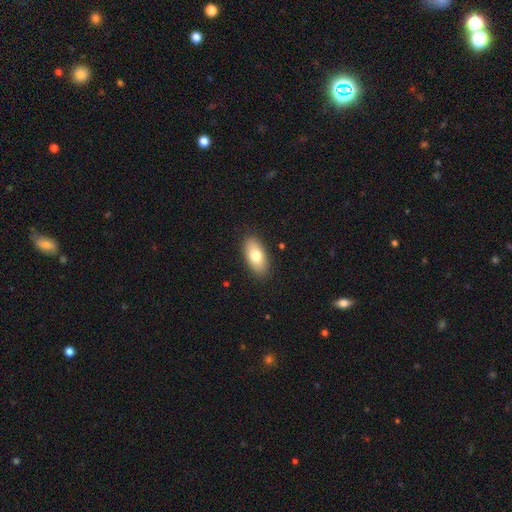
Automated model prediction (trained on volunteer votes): This appears to be a smooth galaxy with no disk features (76%) that is in between round and cigar-shaped (90%). Merging: none (88%).